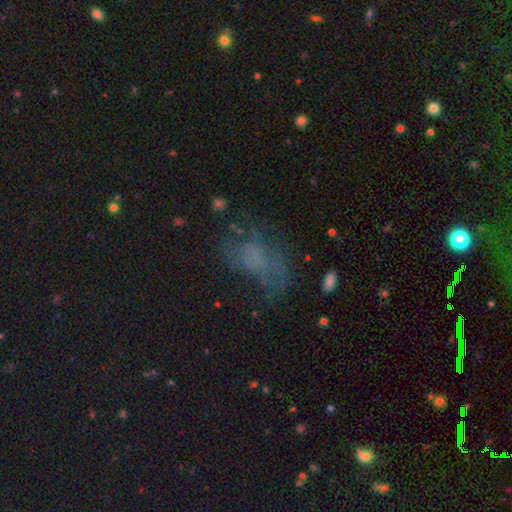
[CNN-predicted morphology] Smooth or featured? smooth (42%)
Merging? none (47%)